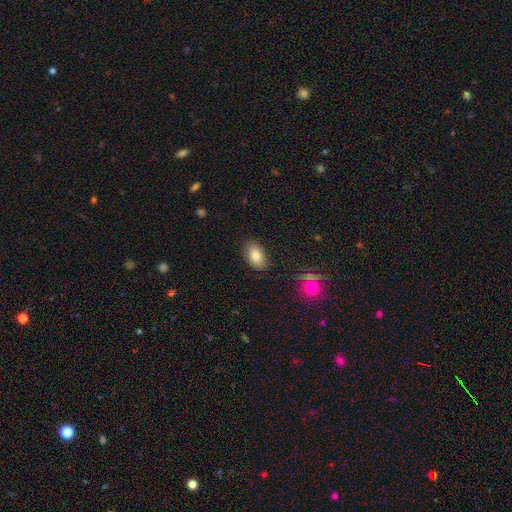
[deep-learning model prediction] This appears to be a smooth galaxy with no disk features (81%) that is in between round and cigar-shaped (90%). Merging: none (85%).